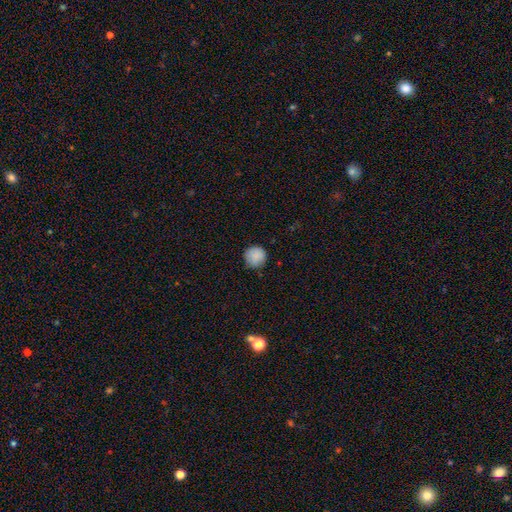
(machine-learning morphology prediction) This appears to be a smooth galaxy with no disk features (88%) that is round (94%). Merging: none (84%).